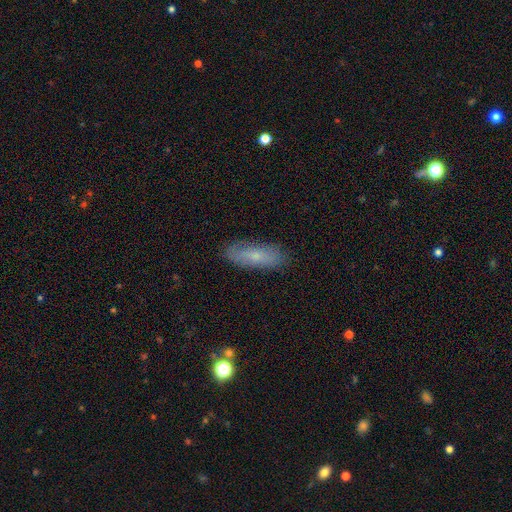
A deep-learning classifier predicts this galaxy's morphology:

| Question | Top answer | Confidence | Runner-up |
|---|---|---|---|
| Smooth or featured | smooth | 62% | featured or disk (30%) |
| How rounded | in between | 59% | cigar-shaped (38%) |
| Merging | none | 83% | minor disturbance (13%) |